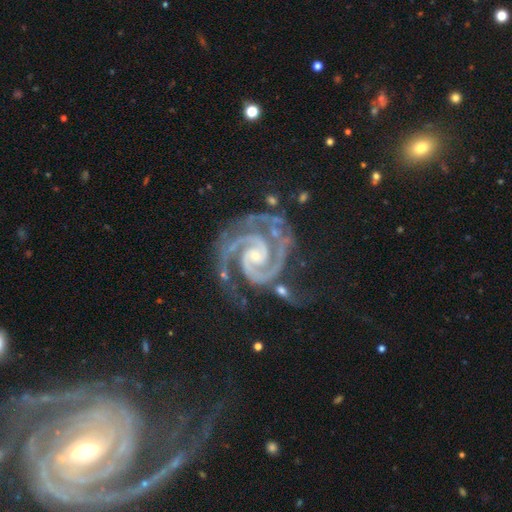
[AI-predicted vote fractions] A featured or disk galaxy (94%) with no bar (61%), 2 (82%) tight (64%) spiral arms (99%) and a small central bulge (77%).

Vote fractions:
- Smooth or featured? featured or disk: 94% / star or artifact: 4% / smooth: 2%
- Edge-on disk? no: 98% / yes: 2%
- Bar? no: 61% / weak: 27% / strong: 12%
- Spiral arms? yes: 99% / no: 1%
- Spiral winding? tight: 64% / medium: 33% / loose: 3%
- Spiral arm count? 2: 82% / 3: 9% / can't tell: 2% / 4: 2% / 1: 2% / more than 4: 2%
- Bulge size? small: 77% / moderate: 18% / none: 3% / large: 1% / dominant: 1%
- Merging? none: 60% / minor disturbance: 22% / major disturbance: 12% / merger: 6%